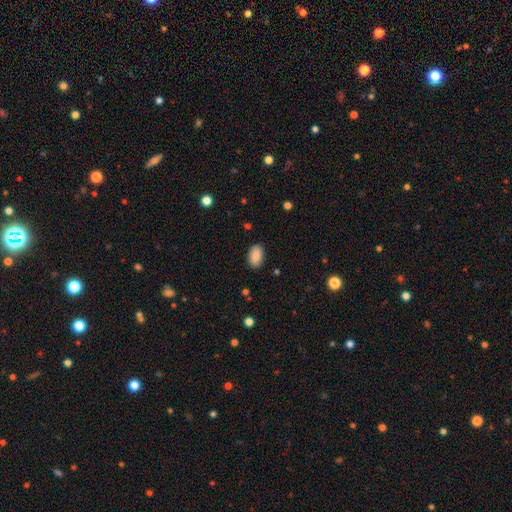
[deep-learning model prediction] This is clearly a smooth galaxy (86%). How rounded: clearly in between (92%). Merging: clearly none (87%).